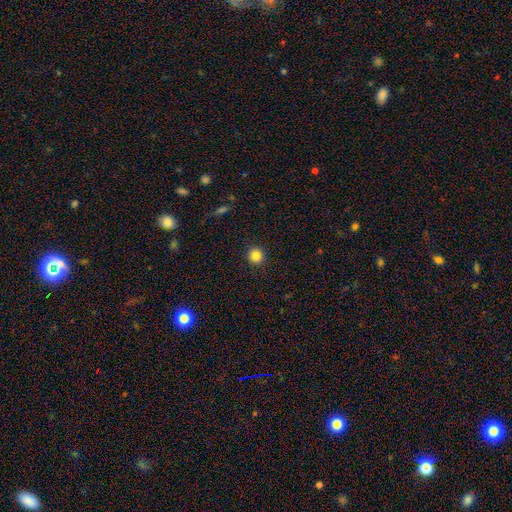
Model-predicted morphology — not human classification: smooth-or-featured: smooth: 84% | star or artifact: 11% | featured or disk: 4%
  how-rounded: round: 94% | in between: 5% | cigar-shaped: 1%
  merging: none: 92% | minor disturbance: 5% | major disturbance: 2% | merger: 1%